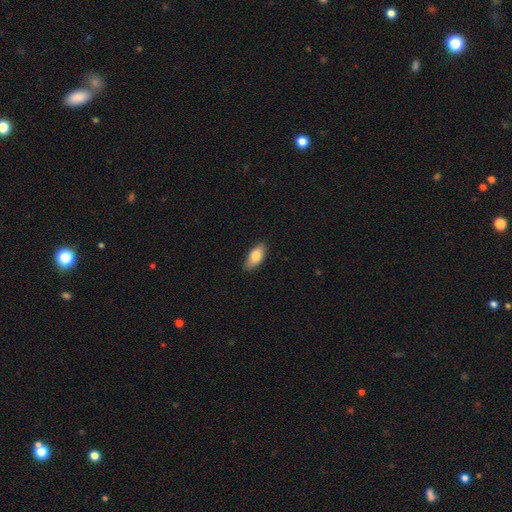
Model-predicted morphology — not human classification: Q: Smooth or featured?
A: smooth (83%); runner-up: featured or disk (11%)
Q: How rounded?
A: in between (90%); runner-up: cigar-shaped (7%)
Q: Merging?
A: none (81%); runner-up: minor disturbance (16%)